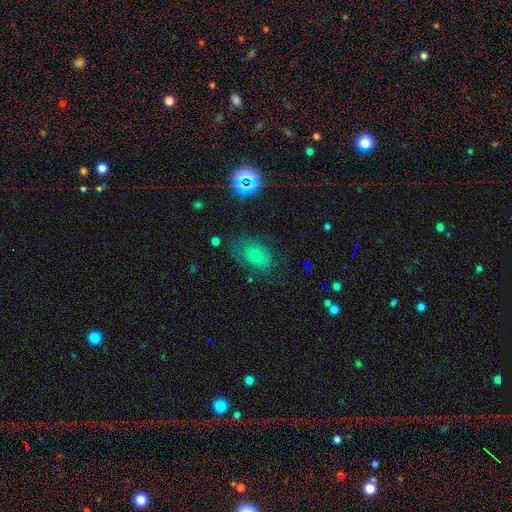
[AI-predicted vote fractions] Smooth or featured? Predicted: smooth (p=0.41). Merging? Predicted: none (p=0.67).